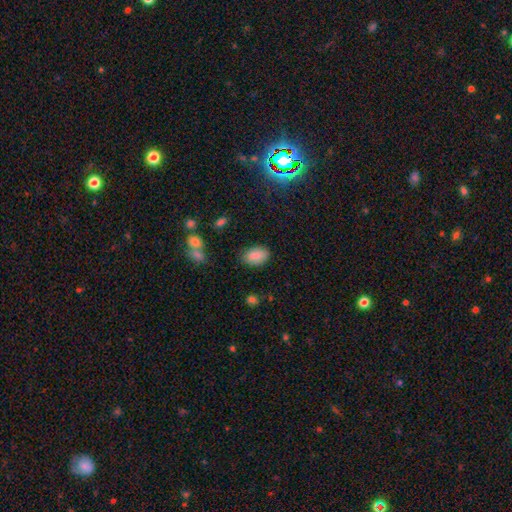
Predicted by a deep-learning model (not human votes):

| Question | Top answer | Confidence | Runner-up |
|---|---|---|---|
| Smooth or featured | smooth | 86% | star or artifact (8%) |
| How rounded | in between | 90% | round (9%) |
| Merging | none | 80% | minor disturbance (15%) |